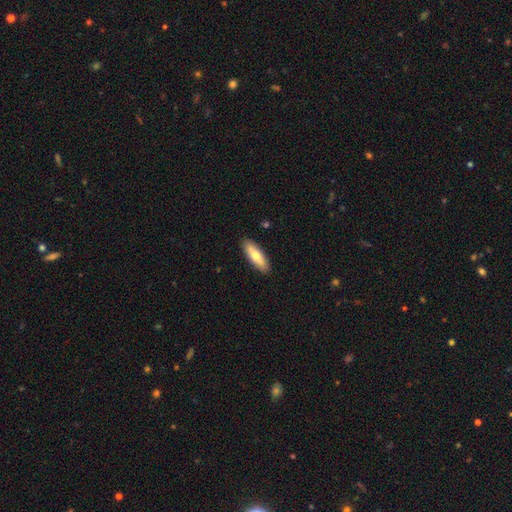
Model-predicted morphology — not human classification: smooth-or-featured: smooth: 71% | featured or disk: 24% | star or artifact: 5%
  how-rounded: in between: 53% | cigar-shaped: 45% | round: 2%
  merging: none: 90% | minor disturbance: 7% | major disturbance: 2% | merger: 1%